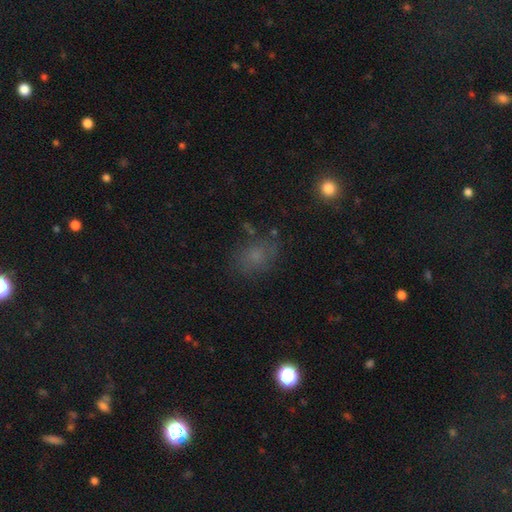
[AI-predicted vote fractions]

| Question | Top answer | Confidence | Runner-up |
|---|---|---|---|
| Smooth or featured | smooth | 62% | star or artifact (20%) |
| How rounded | in between | 61% | round (38%) |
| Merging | none | 67% | minor disturbance (19%) |